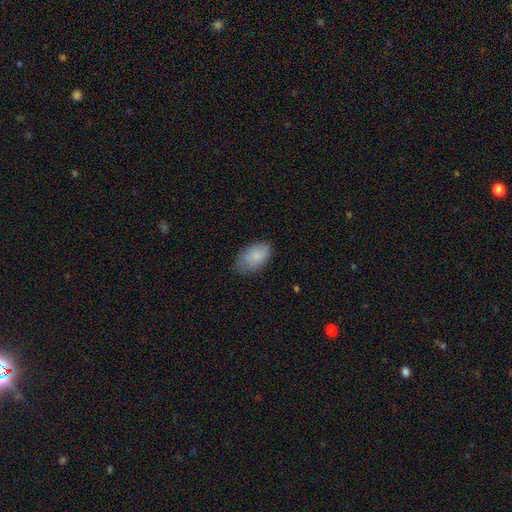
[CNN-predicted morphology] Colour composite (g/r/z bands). It shows a smooth galaxy with no disk features (85%) that is in between round and cigar-shaped (92%). Merging: none (73%).